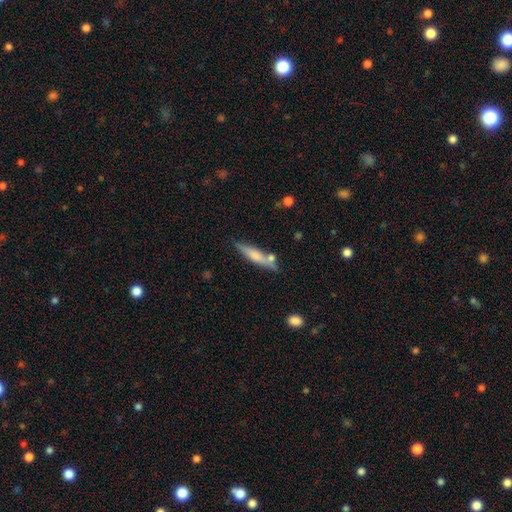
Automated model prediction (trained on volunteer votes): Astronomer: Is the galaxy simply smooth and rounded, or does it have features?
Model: smooth — 57% (runner-up: featured or disk, 36%).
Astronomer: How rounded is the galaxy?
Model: cigar-shaped — 85%.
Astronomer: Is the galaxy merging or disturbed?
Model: none — 72%.